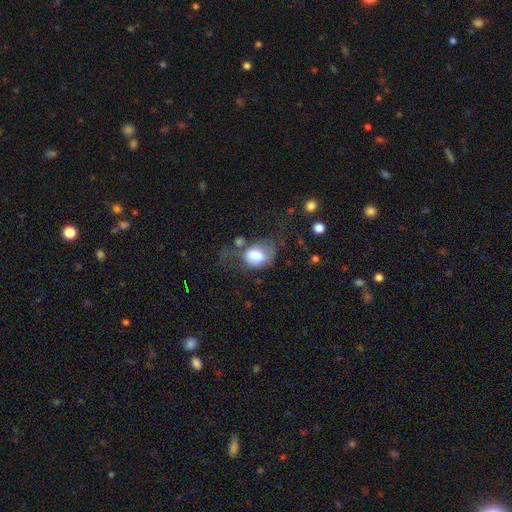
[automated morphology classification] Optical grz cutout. It shows a smooth galaxy with no disk features (74%) that is in between round and cigar-shaped (68%). Merging: major disturbance (41%).